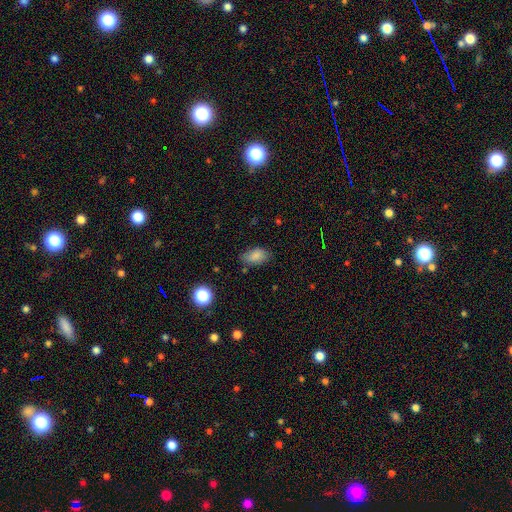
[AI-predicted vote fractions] smooth-or-featured: smooth: 83% | star or artifact: 10% | featured or disk: 7%
  how-rounded: in between: 90% | round: 7% | cigar-shaped: 3%
  merging: none: 72% | minor disturbance: 22% | major disturbance: 5% | merger: 2%